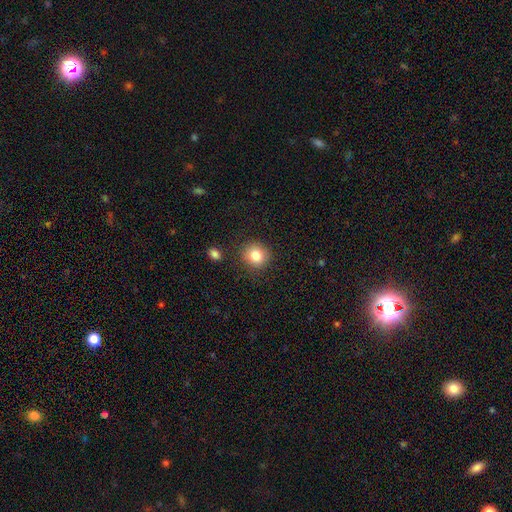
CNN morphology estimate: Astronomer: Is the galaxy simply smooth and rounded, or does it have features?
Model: smooth — 83%.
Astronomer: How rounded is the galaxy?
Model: round — 88%.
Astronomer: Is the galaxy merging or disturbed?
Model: none — 86%.